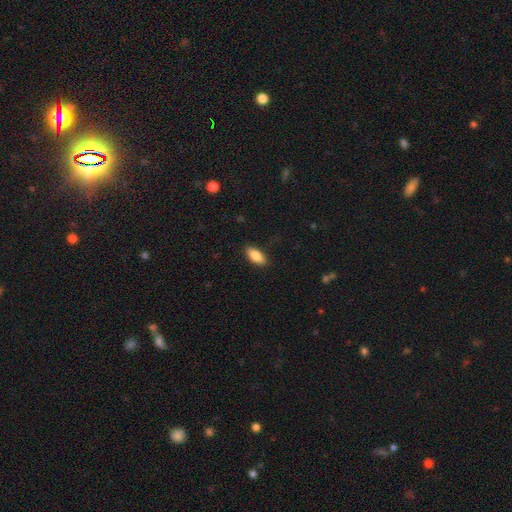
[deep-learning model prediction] smooth-or-featured: smooth: 83% | featured or disk: 11% | star or artifact: 7%
  how-rounded: in between: 85% | cigar-shaped: 13% | round: 2%
  merging: none: 88% | minor disturbance: 9% | major disturbance: 2% | merger: 1%